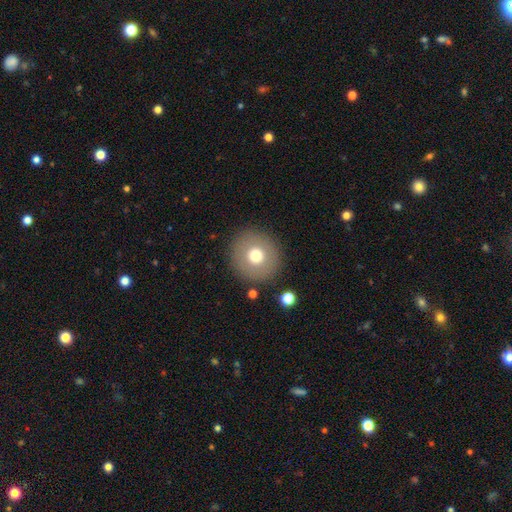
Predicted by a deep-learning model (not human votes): smooth 69%, featured or disk 20%, star or artifact 10%. Down the decision tree: how rounded — round (94%); merging — none (89%).